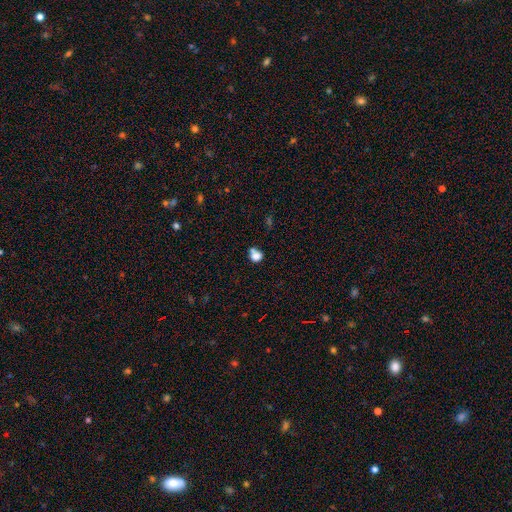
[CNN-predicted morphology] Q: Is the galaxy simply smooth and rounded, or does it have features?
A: smooth — 76%.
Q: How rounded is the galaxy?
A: round — 64%.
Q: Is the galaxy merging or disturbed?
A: none — 43%.